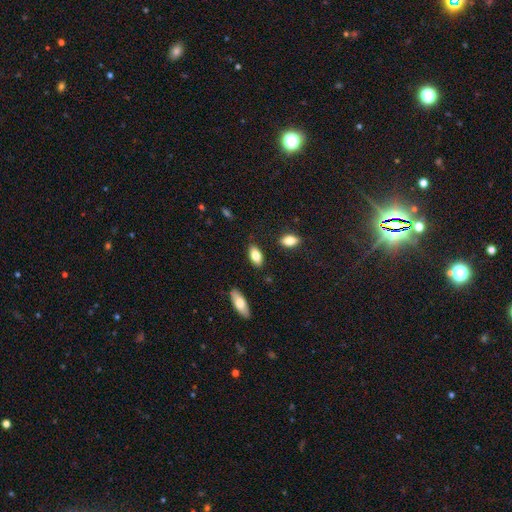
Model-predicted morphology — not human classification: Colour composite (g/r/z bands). It shows a smooth galaxy with no disk features (83%) that is in between round and cigar-shaped (89%). Merging: none (85%).